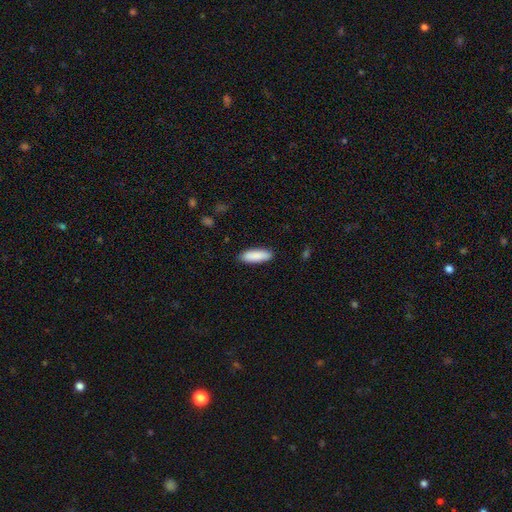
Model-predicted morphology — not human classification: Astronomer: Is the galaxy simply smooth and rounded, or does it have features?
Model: smooth — 89%.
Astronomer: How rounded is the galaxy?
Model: in between — 51% (runner-up: cigar-shaped, 47%).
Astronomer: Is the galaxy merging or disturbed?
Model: none — 89%.